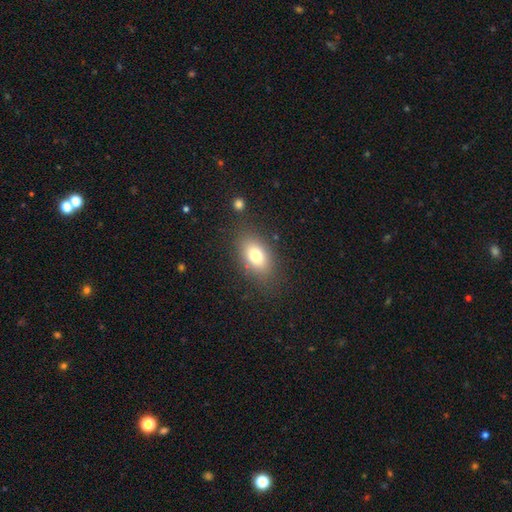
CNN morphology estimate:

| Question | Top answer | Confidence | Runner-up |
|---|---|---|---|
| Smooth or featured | smooth | 75% | featured or disk (14%) |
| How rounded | in between | 83% | round (14%) |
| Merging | none | 80% | minor disturbance (12%) |